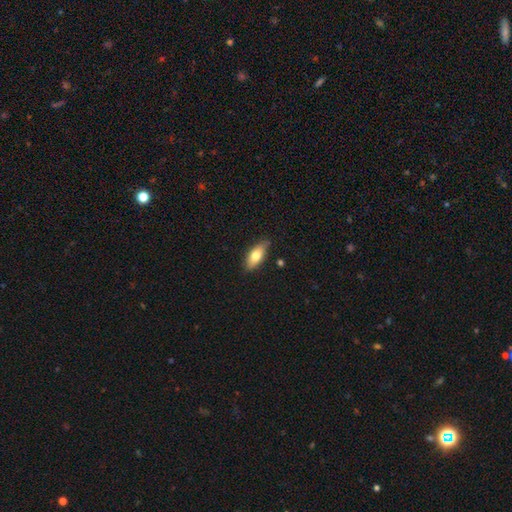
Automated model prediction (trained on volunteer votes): Morphology: type=smooth (71%); roundness=in between (80%); merging=none (79%).